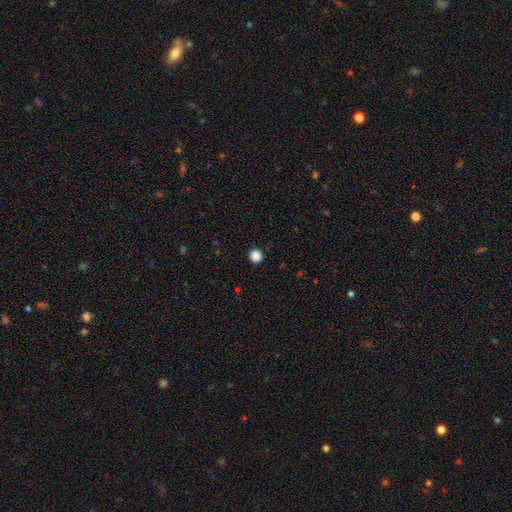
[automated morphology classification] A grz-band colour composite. It shows a smooth galaxy with no disk features (87%) that is round (91%). Merging: none (93%).